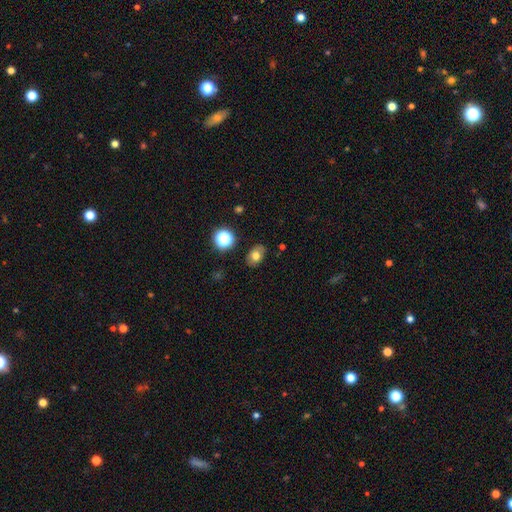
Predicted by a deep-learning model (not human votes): Overall: smooth (71%). How rounded: in between (76%). Merging: none (83%).